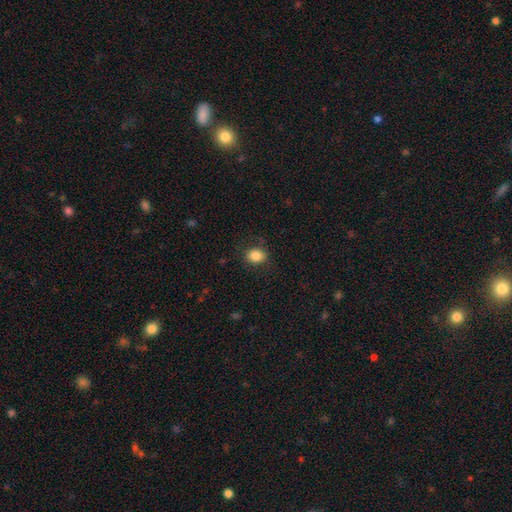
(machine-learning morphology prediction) Smooth or featured? Predicted: smooth (p=0.85). How rounded? Predicted: in between (p=0.50). Merging? Predicted: none (p=0.84).